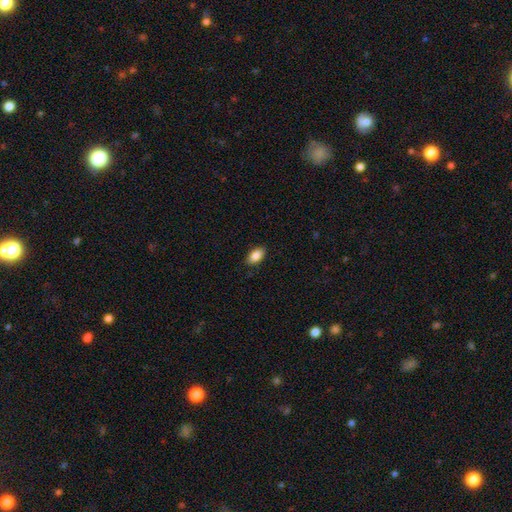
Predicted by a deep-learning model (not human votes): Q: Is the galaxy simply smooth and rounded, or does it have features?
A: smooth — 87%.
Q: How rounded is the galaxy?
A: in between — 93%.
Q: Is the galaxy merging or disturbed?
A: none — 88%.